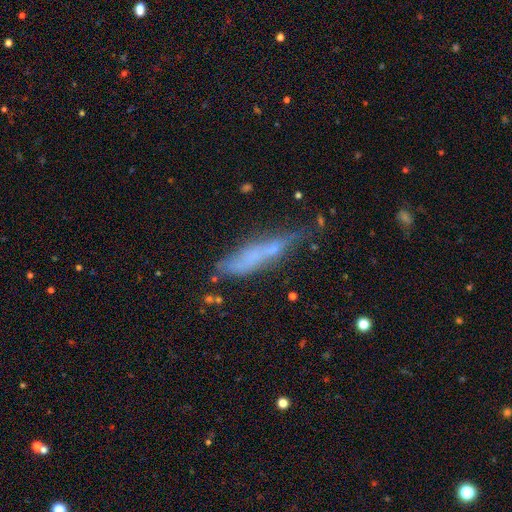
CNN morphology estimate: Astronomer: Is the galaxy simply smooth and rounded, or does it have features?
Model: smooth — 51% (runner-up: featured or disk, 38%).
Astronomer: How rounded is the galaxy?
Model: cigar-shaped — 82%.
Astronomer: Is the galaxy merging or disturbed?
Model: none — 52% (runner-up: minor disturbance, 28%).